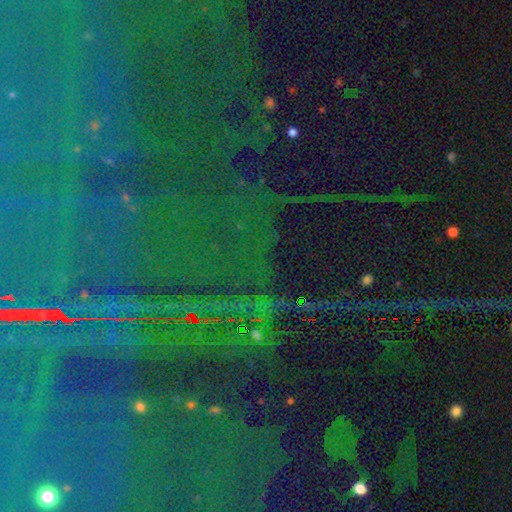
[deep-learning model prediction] Smooth or featured: star or artifact — 88% (featured or disk — 6%)